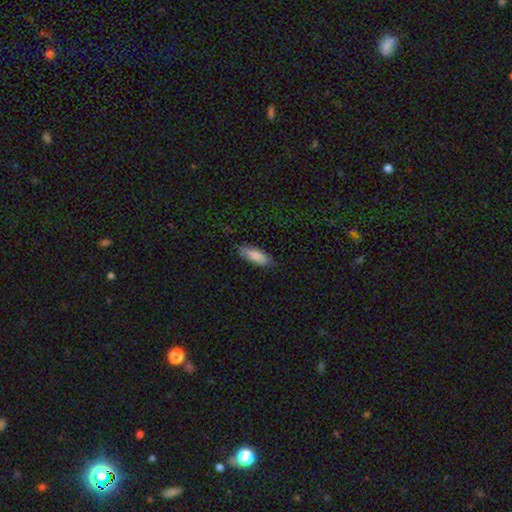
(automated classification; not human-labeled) smooth_or_featured: smooth (p=0.87) [alt: featured or disk p=0.07]
how_rounded: in between (p=0.68) [alt: cigar-shaped p=0.31]
merging: none (p=0.83) [alt: minor disturbance p=0.13]